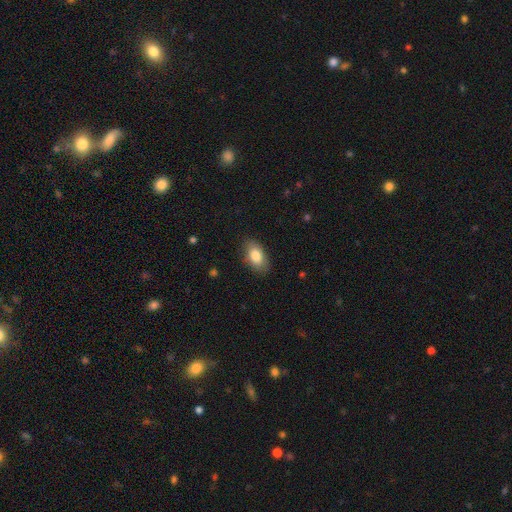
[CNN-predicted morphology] Smooth or featured?
  - smooth: 82% *
  - featured or disk: 11%
  - star or artifact: 6%
How rounded?
  - in between: 92% *
  - round: 5%
  - cigar-shaped: 2%
Merging?
  - none: 83% *
  - minor disturbance: 13%
  - major disturbance: 3%
  - merger: 1%